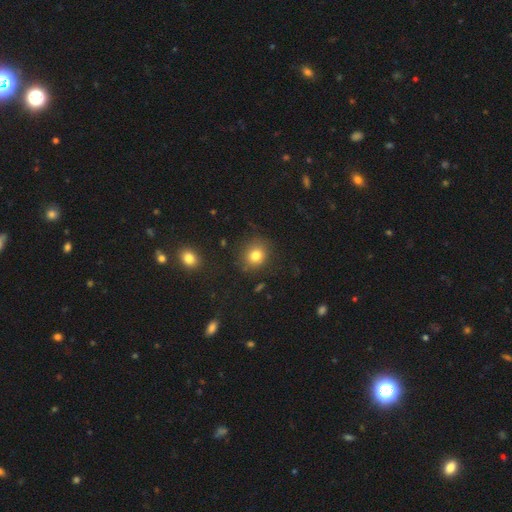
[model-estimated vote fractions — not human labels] A smooth galaxy with no disk features (81%) that is round (77%). Merging: none (83%).